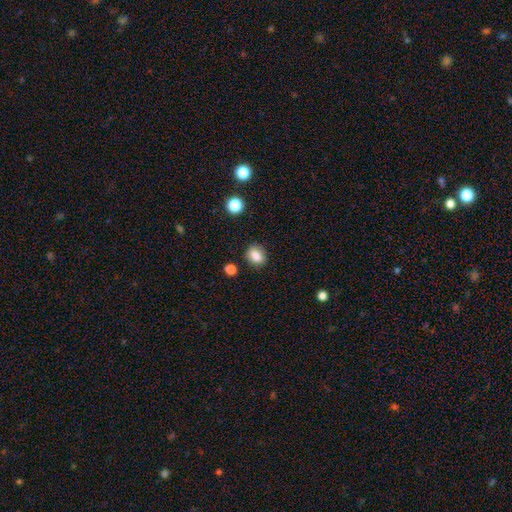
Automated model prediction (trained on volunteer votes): A smooth galaxy with no disk features (85%) that is in between round and cigar-shaped (55%). Merging: none (82%).